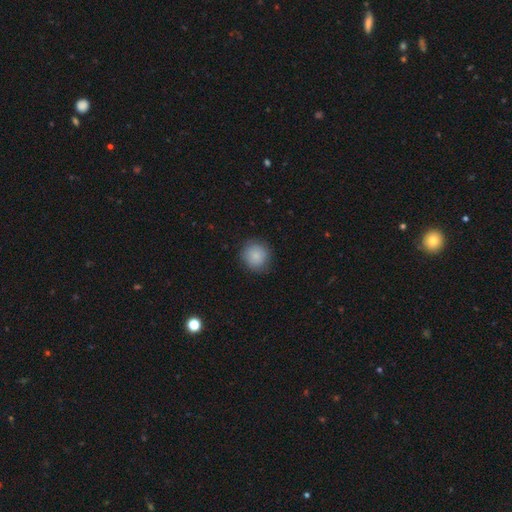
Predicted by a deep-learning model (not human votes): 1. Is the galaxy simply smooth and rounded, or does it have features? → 86% smooth, 8% star or artifact, 6% featured or disk.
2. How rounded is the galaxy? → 92% round, 7% in between, 1% cigar-shaped.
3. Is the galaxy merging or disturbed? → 86% none, 11% minor disturbance, 3% major disturbance, 1% merger.